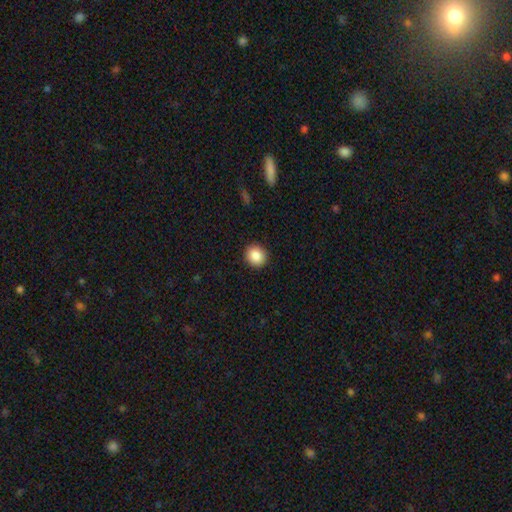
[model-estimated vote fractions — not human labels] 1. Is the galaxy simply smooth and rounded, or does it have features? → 88% smooth, 8% star or artifact, 4% featured or disk.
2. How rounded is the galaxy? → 81% round, 18% in between, 1% cigar-shaped.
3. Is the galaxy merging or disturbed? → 91% none, 6% minor disturbance, 2% major disturbance, 1% merger.